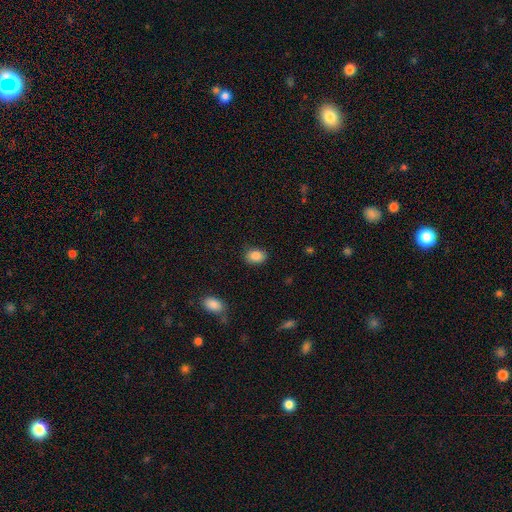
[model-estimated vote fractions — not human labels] Smooth or featured? Predicted: smooth (p=0.86). How rounded? Predicted: in between (p=0.71). Merging? Predicted: none (p=0.85).